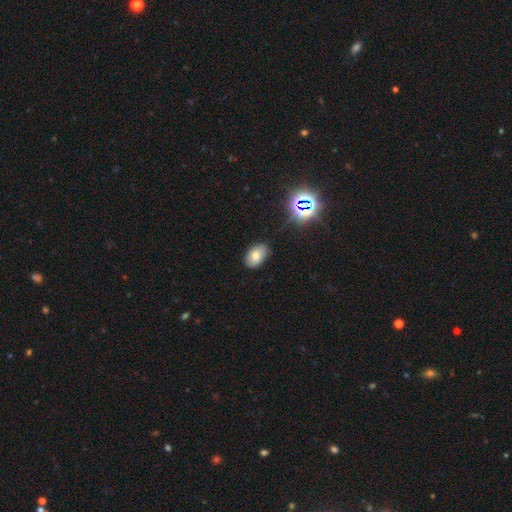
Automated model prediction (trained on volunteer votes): Smooth or featured? Predicted: smooth (p=0.71). How rounded? Predicted: in between (p=0.88). Merging? Predicted: none (p=0.78).